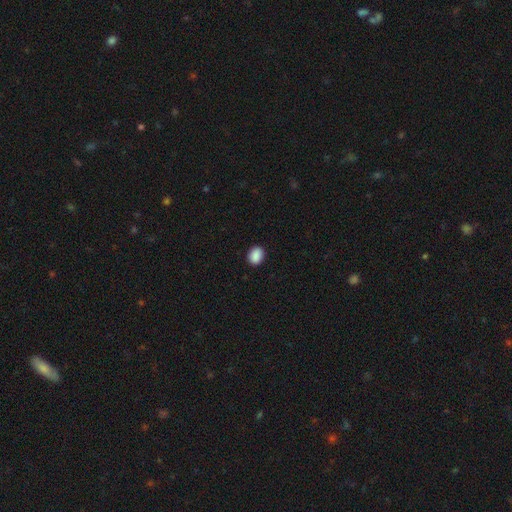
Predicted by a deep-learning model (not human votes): Smooth or featured? smooth (89%)
How rounded? in between (60%)
Merging? none (90%)